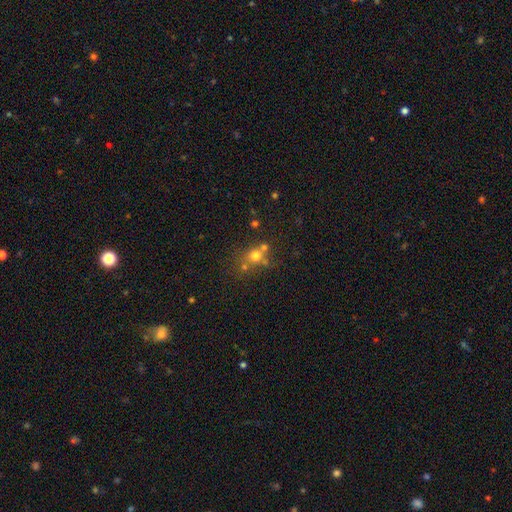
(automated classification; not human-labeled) smooth-or-featured: smooth: 64% | star or artifact: 20% | featured or disk: 16%
  how-rounded: round: 80% | in between: 19% | cigar-shaped: 1%
  merging: none: 51% | merger: 33% | minor disturbance: 10% | major disturbance: 6%